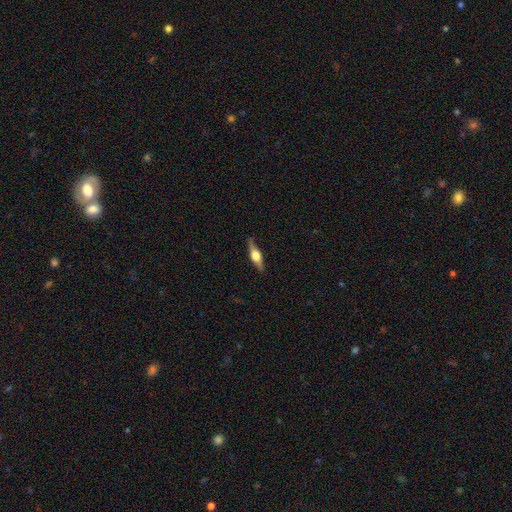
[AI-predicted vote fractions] A featured or disk galaxy (60%) viewed edge-on (93%) with a rounded central bulge (91%). Merging: none (83%).